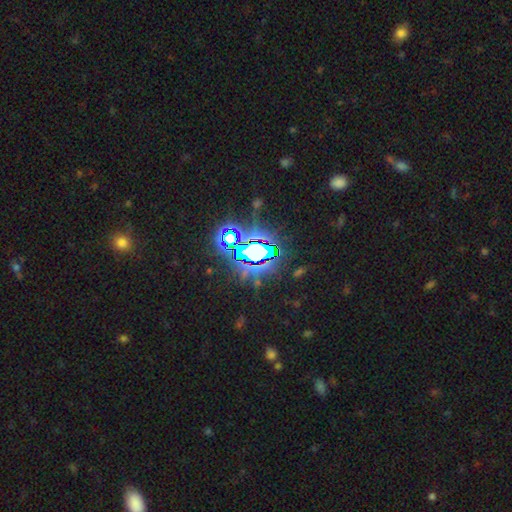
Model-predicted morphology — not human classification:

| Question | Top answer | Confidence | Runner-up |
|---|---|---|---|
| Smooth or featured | star or artifact | 80% | smooth (10%) |